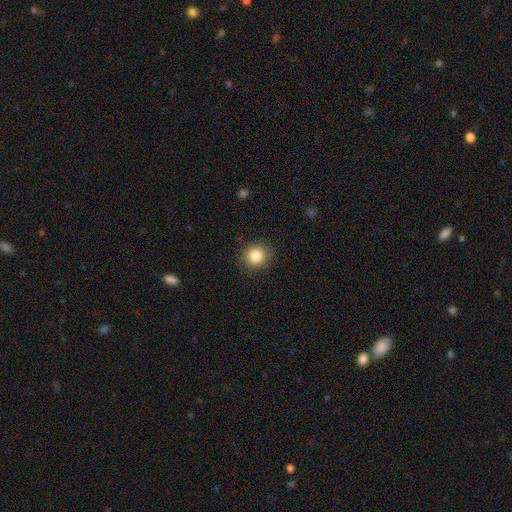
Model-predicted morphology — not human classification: This appears to be a smooth galaxy with no disk features (85%) that is round (80%). Merging: none (88%).